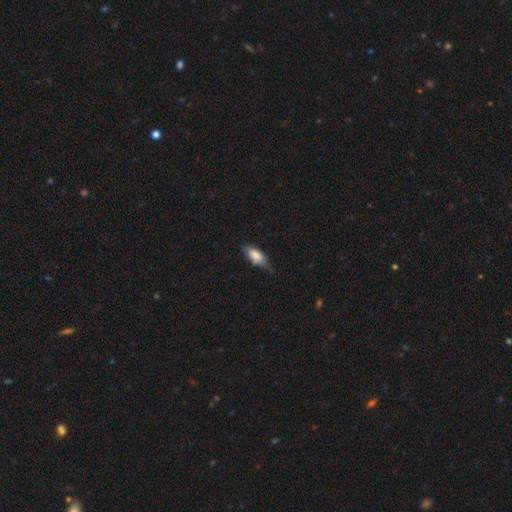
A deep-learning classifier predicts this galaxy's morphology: Smooth or featured?
  - smooth: 77% *
  - featured or disk: 16%
  - star or artifact: 7%
How rounded?
  - in between: 82% *
  - cigar-shaped: 15%
  - round: 3%
Merging?
  - none: 52% *
  - minor disturbance: 37%
  - major disturbance: 9%
  - merger: 2%